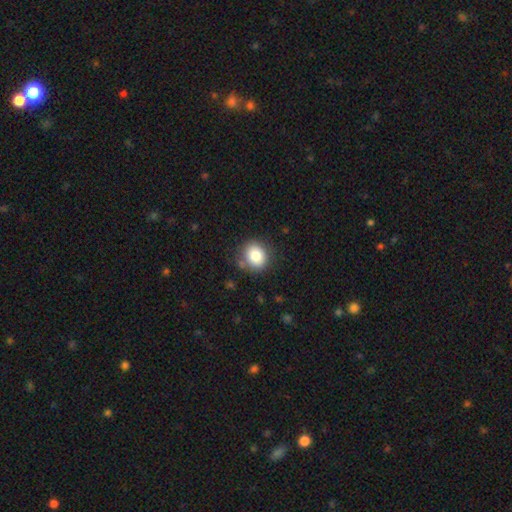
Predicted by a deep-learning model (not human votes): A smooth galaxy with no disk features (82%) that is round (70%).

Vote fractions:
- Smooth or featured? smooth: 82% / star or artifact: 10% / featured or disk: 8%
- How rounded? round: 70% / in between: 29% / cigar-shaped: 1%
- Merging? none: 81% / minor disturbance: 12% / major disturbance: 4% / merger: 3%